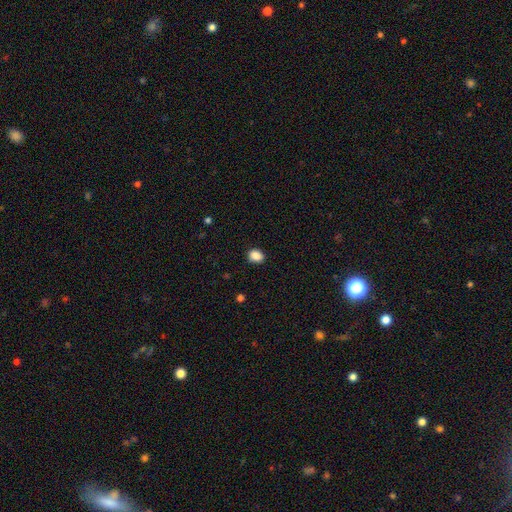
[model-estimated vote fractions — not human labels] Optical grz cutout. It shows a smooth galaxy with no disk features (88%) that is in between round and cigar-shaped (56%). Merging: none (86%).